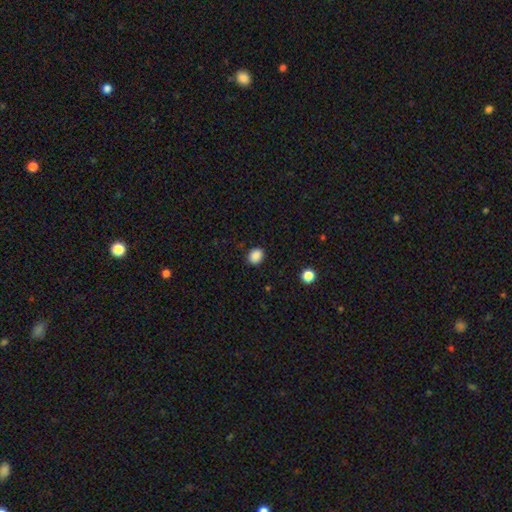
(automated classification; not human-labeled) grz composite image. It shows a smooth galaxy with no disk features (88%) that is round (62%). Merging: none (89%).